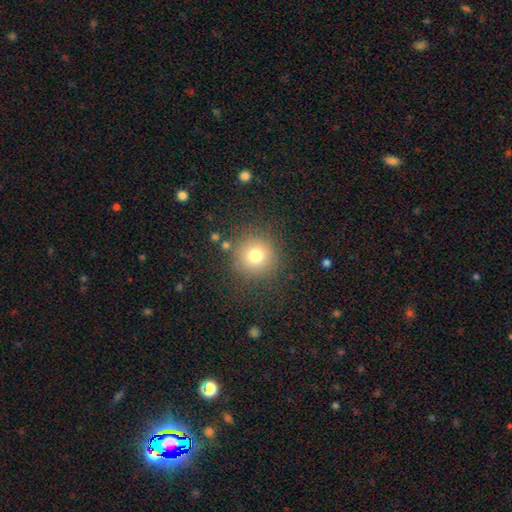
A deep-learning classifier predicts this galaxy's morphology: Overall: smooth (75%). How rounded: round (94%). Merging: none (84%).